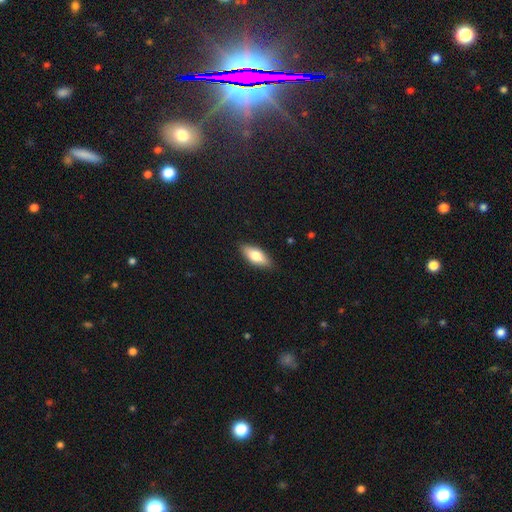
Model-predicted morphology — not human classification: A smooth galaxy with no disk features (72%) that is in between round and cigar-shaped (77%). Merging: none (87%).